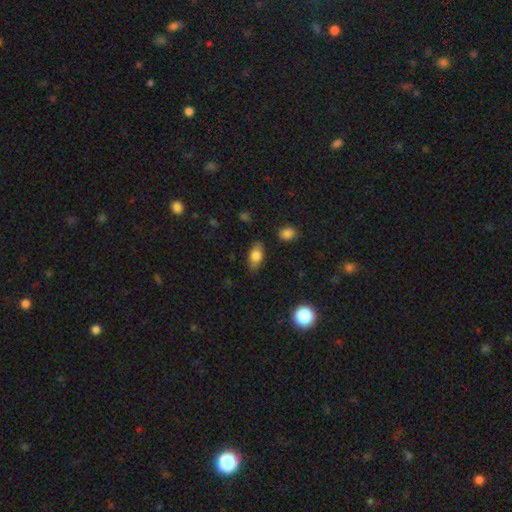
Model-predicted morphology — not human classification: Smooth or featured: smooth — 77% (featured or disk — 14%)
How rounded: in between — 87% (round — 7%)
Merging: none — 81% (minor disturbance — 14%)